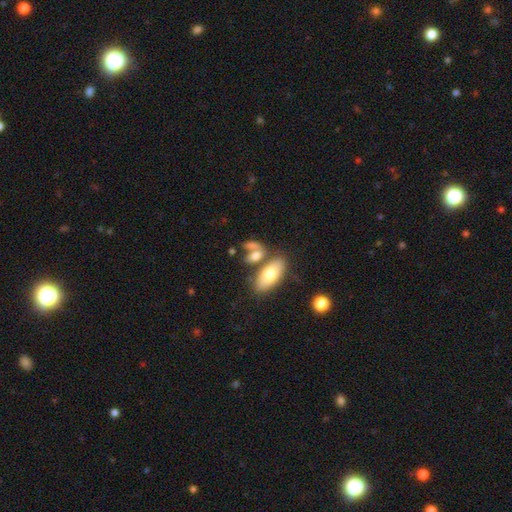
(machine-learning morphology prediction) The model was most divided on "merging": none: 41%, merger: 38%, minor disturbance: 13%, major disturbance: 8%. More confident: how rounded — in between (80%); smooth or featured — smooth (68%).